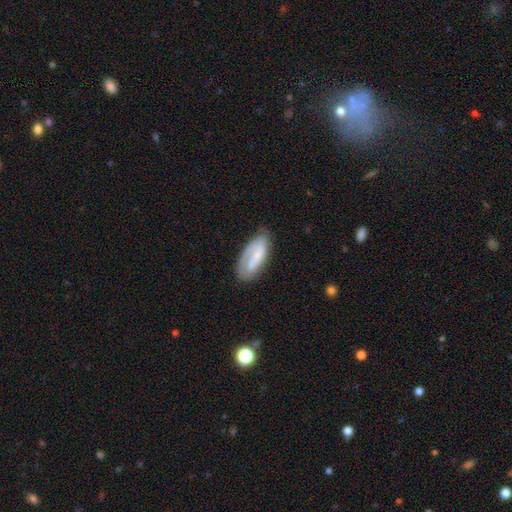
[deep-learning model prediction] Smooth or featured?
  - featured or disk: 52% *
  - smooth: 41%
  - star or artifact: 7%
Edge-on disk?
  - no: 90% *
  - yes: 10%
Merging?
  - none: 65% *
  - minor disturbance: 24%
  - major disturbance: 9%
  - merger: 2%